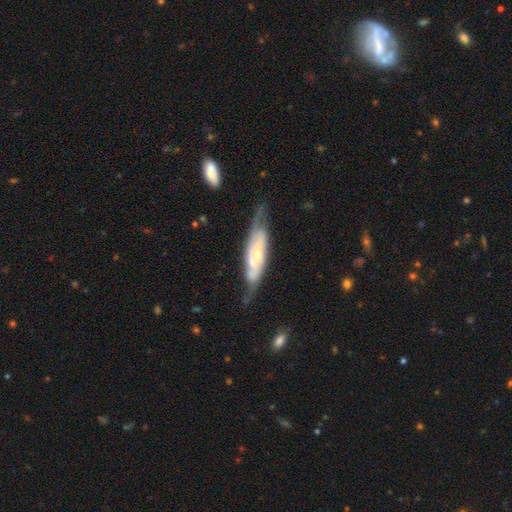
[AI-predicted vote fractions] Morphology: type=featured or disk (72%); edge-on=no (73%); bar=no (57%); spiral arms=yes (83%); bulge=small (62%); merging=none (58%).